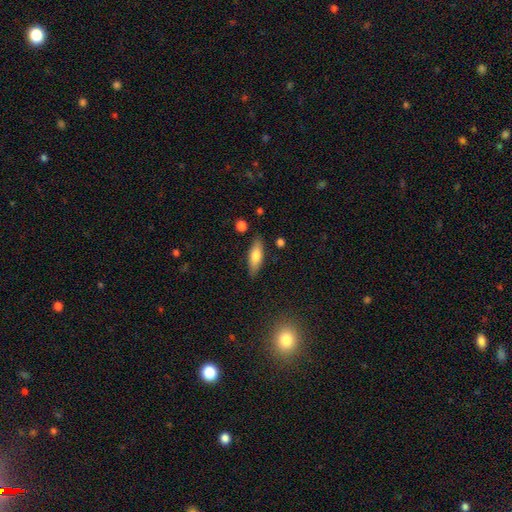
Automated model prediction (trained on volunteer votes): A smooth galaxy with no disk features (70%) that is in between round and cigar-shaped (57%).

Vote fractions:
- Smooth or featured? smooth: 70% / featured or disk: 23% / star or artifact: 7%
- How rounded? in between: 57% / cigar-shaped: 41% / round: 2%
- Merging? none: 85% / minor disturbance: 11% / major disturbance: 2% / merger: 2%